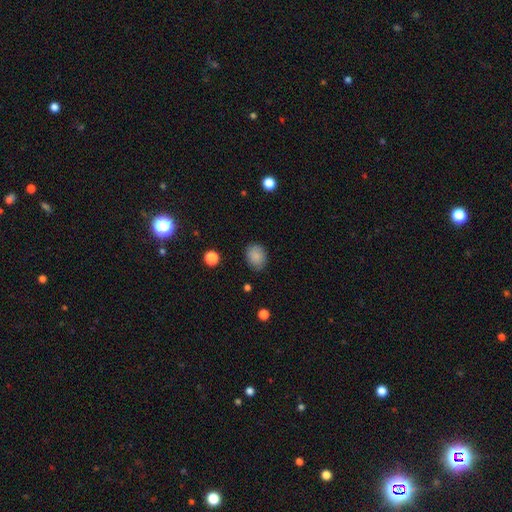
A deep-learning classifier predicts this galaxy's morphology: This is clearly a smooth galaxy (86%). How rounded: possibly round (58%). Merging: clearly none (82%).